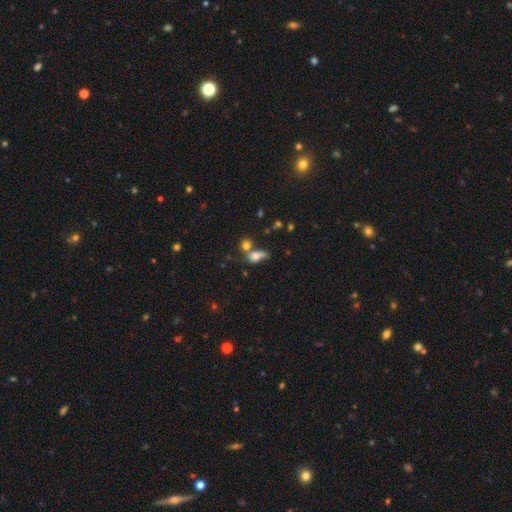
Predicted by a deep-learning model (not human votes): The model was most divided on "merging": merger: 44%, none: 27%, major disturbance: 15%, minor disturbance: 14%. More confident: smooth or featured — smooth (68%); how rounded — in between (59%).